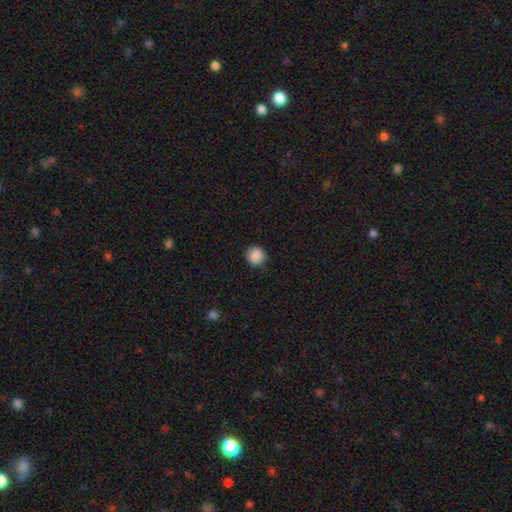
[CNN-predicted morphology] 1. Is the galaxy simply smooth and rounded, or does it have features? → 88% smooth, 9% star or artifact, 3% featured or disk.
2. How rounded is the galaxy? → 91% round, 8% in between, 1% cigar-shaped.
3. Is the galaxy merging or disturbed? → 87% none, 10% minor disturbance, 2% major disturbance, 1% merger.